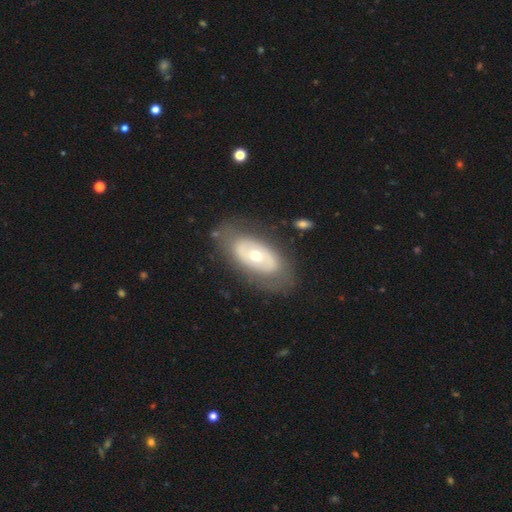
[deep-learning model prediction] This is possibly a featured or disk galaxy (59%). It is clearly not viewed edge-on (90%). Bar: clearly no (87%). Spiral arm pattern: likely no (77%). Central bulge: likely moderate (64%). Merging: likely none (78%).